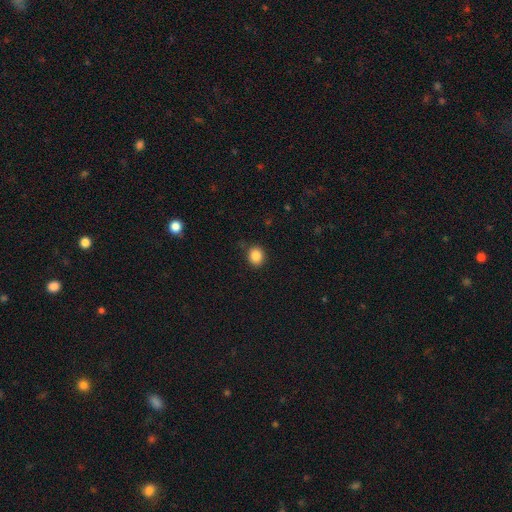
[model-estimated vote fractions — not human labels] Q: Smooth or featured?
A: smooth (85%); runner-up: star or artifact (10%)
Q: How rounded?
A: round (75%); runner-up: in between (24%)
Q: Merging?
A: none (85%); runner-up: minor disturbance (11%)